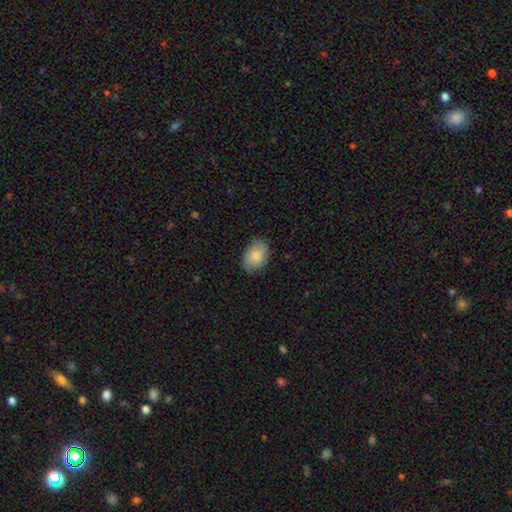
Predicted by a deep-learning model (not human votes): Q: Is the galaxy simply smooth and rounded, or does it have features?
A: smooth — 86%.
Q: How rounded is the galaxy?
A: in between — 84%.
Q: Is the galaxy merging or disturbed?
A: none — 82%.